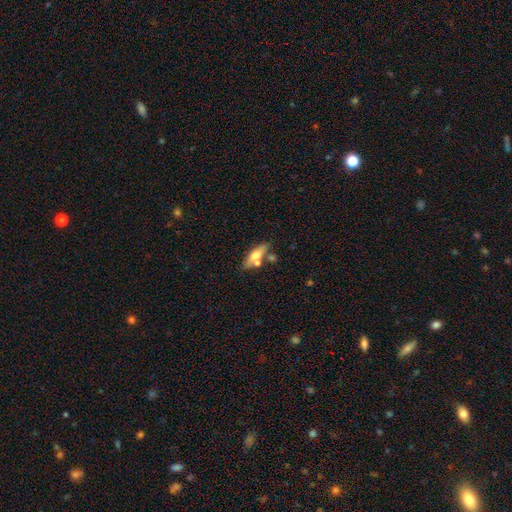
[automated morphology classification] A smooth galaxy with no disk features (56%) that is in between round and cigar-shaped (51%).

Vote fractions:
- Smooth or featured? smooth: 56% / featured or disk: 38% / star or artifact: 7%
- How rounded? in between: 51% / cigar-shaped: 45% / round: 4%
- Merging? none: 62% / merger: 20% / minor disturbance: 14% / major disturbance: 4%